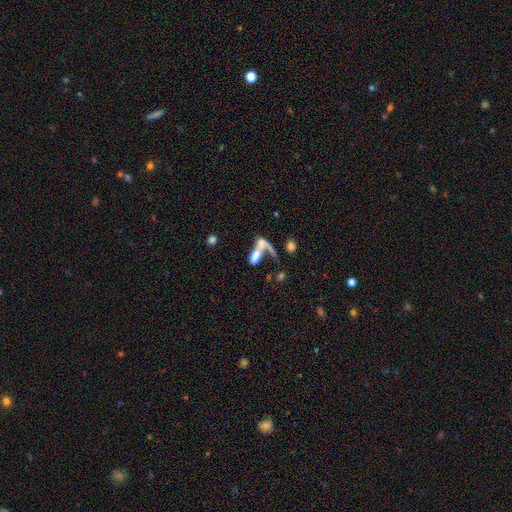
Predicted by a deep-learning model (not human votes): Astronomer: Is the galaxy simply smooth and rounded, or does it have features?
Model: smooth — 59%.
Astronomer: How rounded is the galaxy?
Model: in between — 65%.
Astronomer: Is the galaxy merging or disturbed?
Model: merger — 62%.